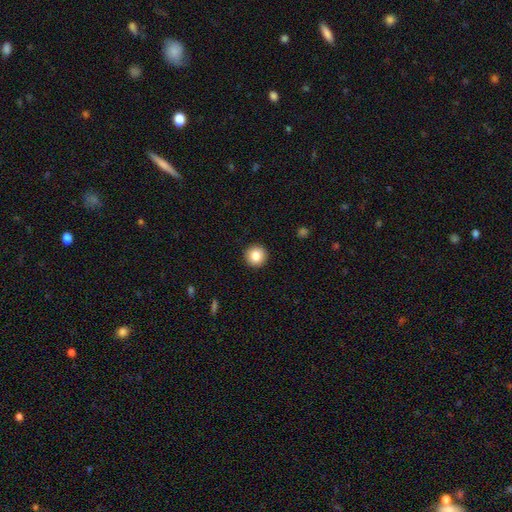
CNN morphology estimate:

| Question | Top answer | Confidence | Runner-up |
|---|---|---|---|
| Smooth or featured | smooth | 84% | star or artifact (9%) |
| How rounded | round | 96% | in between (3%) |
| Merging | none | 93% | minor disturbance (4%) |